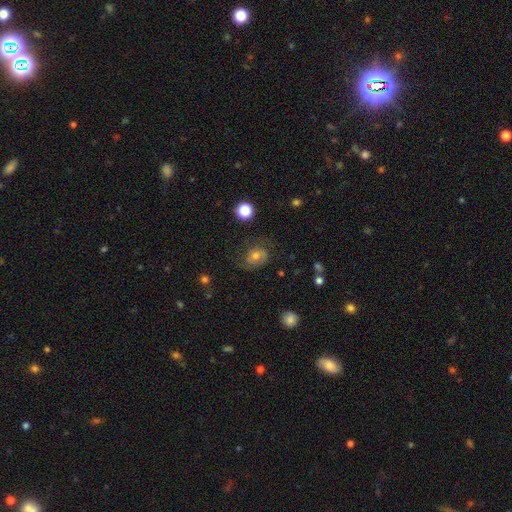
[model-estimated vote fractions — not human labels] The model was most divided on "smooth or featured": featured or disk: 49%, smooth: 38%, star or artifact: 13%. More confident: merging — none (61%).